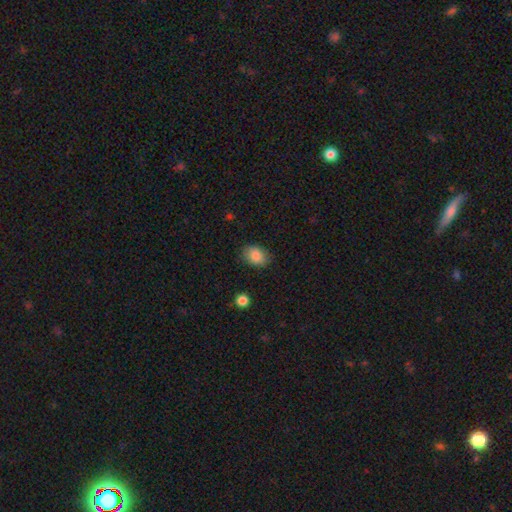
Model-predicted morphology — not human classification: A smooth galaxy with no disk features (87%) that is in between round and cigar-shaped (74%).

Vote fractions:
- Smooth or featured? smooth: 87% / star or artifact: 8% / featured or disk: 6%
- How rounded? in between: 74% / round: 25% / cigar-shaped: 1%
- Merging? none: 83% / minor disturbance: 13% / major disturbance: 3% / merger: 1%